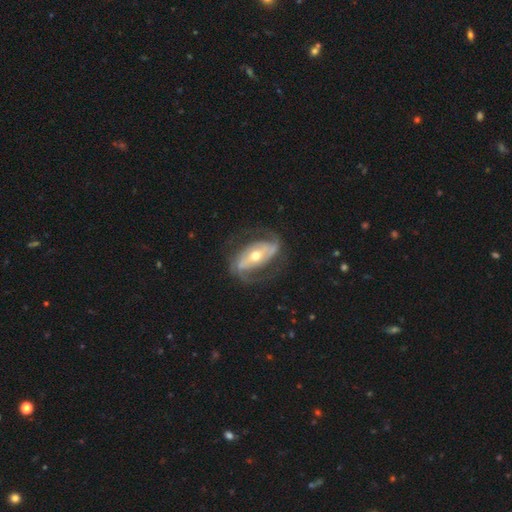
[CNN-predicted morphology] Overall: featured or disk (86%). Edge-on disk: no (95%). Bar: strong (48%; weak 27%). Spiral arms: yes (93%). Spiral arm count: 2 (87%). Spiral winding: medium (46%; loose 28%). Bulge size: moderate (62%; small 31%). Merging: none (72%).